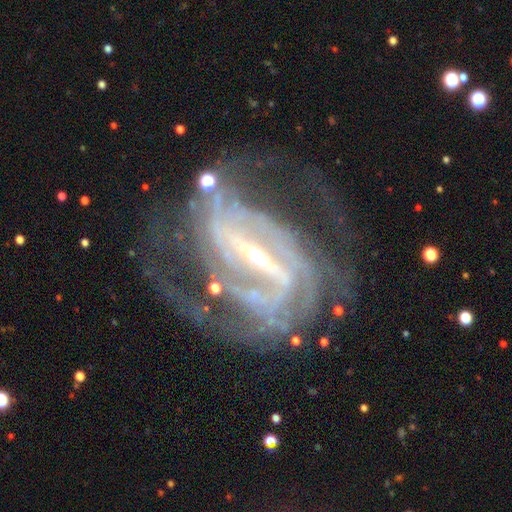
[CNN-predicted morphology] type=featured or disk (91%); edge-on=no (95%); bar=strong (80%); spiral arms=yes (97%); winding=medium (44%); arm count=2 (41%); bulge=small (76%); merging=none (60%).